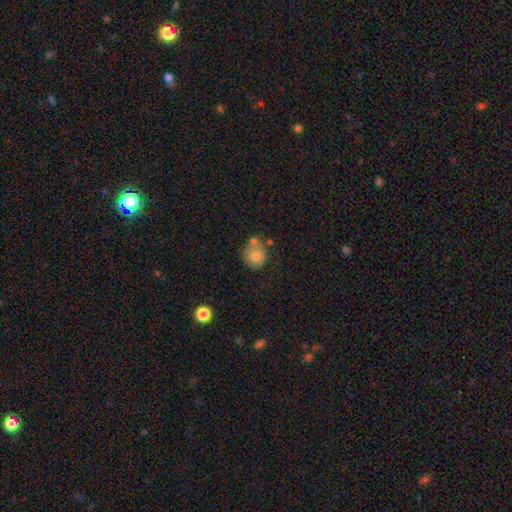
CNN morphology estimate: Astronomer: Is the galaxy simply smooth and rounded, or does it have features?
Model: smooth — 76%.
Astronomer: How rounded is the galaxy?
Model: round — 79%.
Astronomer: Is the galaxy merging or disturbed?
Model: none — 51% (runner-up: merger, 26%).